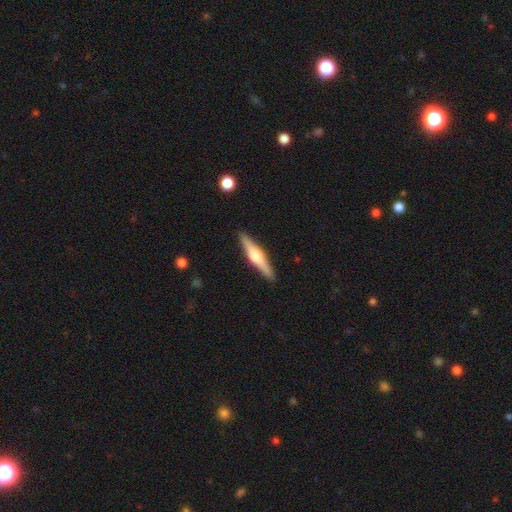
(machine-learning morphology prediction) The model was most divided on "smooth or featured": featured or disk: 62%, smooth: 33%, star or artifact: 5%. More confident: edge-on disk — yes (97%); merging — none (91%); edge-on bulge — rounded (89%).